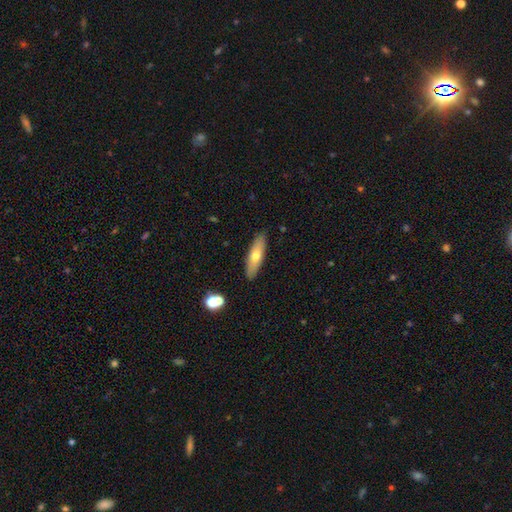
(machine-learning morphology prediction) smooth-or-featured: smooth: 61% | featured or disk: 33% | star or artifact: 7%
  how-rounded: cigar-shaped: 62% | in between: 36% | round: 2%
  merging: none: 88% | minor disturbance: 9% | major disturbance: 2% | merger: 2%